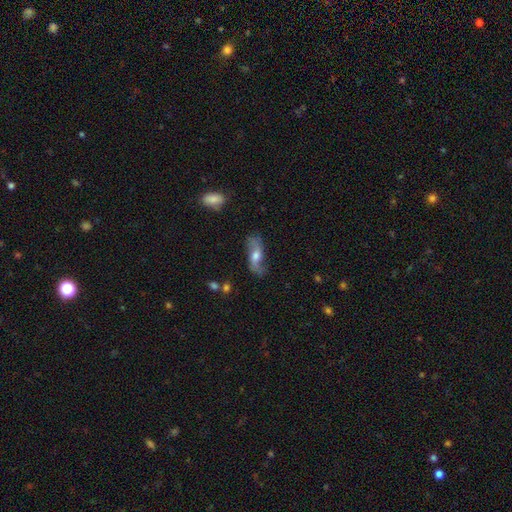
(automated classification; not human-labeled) This appears to be a featured or disk galaxy (64%) with no bar (55%), spiral arms (86%) and a moderate central bulge (61%). Merging: none (68%).